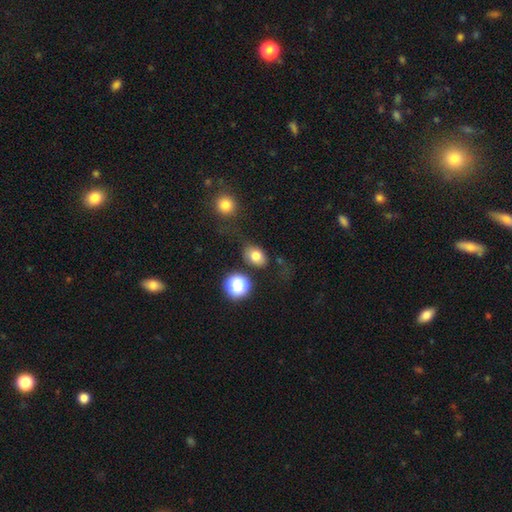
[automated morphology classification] Overall: smooth (75%). How rounded: in between (69%; round 29%). Merging: none (68%).